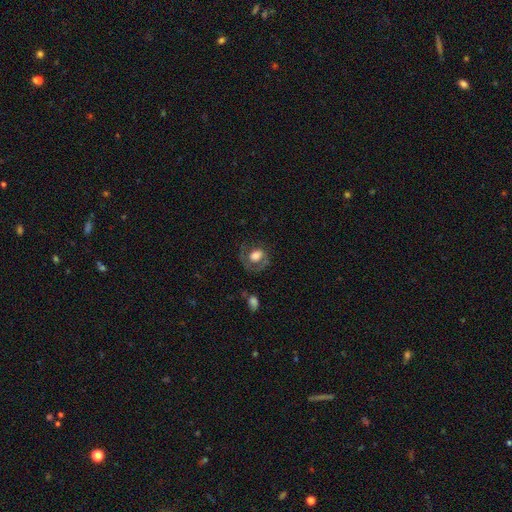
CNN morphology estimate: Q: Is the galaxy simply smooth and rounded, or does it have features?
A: featured or disk — 51%.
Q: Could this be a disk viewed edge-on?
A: no — 96%.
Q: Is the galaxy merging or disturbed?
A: none — 52%.